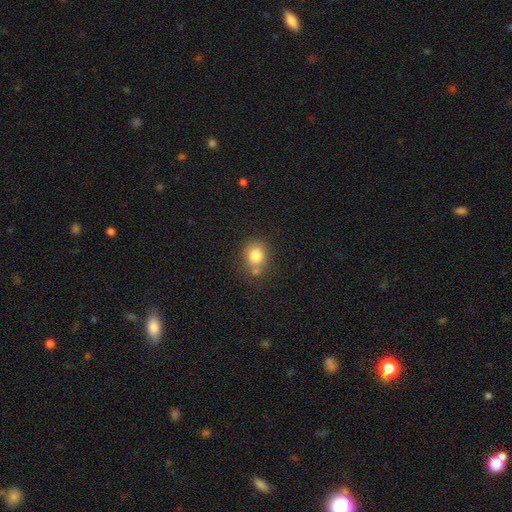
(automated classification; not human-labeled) smooth_or_featured: smooth (p=0.80) [alt: star or artifact p=0.11]
how_rounded: round (p=0.69) [alt: in between p=0.30]
merging: none (p=0.60) [alt: merger p=0.21]